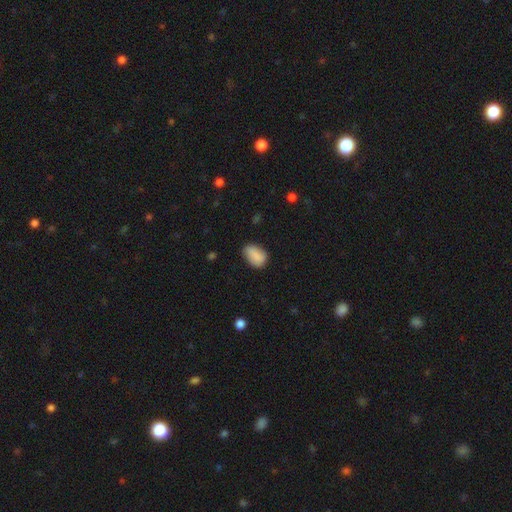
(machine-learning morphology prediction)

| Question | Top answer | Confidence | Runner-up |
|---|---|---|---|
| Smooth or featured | smooth | 85% | star or artifact (8%) |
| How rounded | in between | 84% | round (14%) |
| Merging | none | 67% | minor disturbance (26%) |